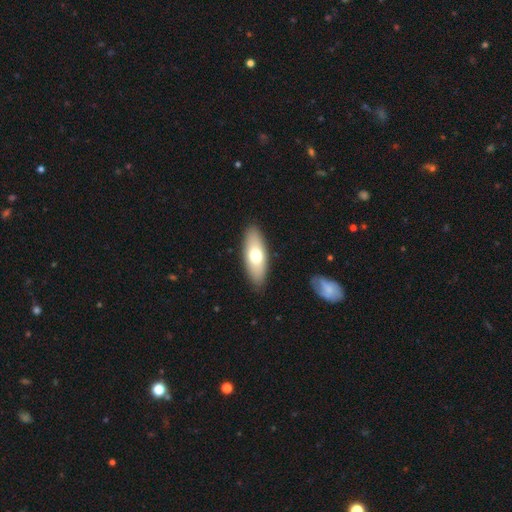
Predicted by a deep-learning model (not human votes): Morphology: type=smooth (67%); roundness=in between (72%); merging=none (89%).